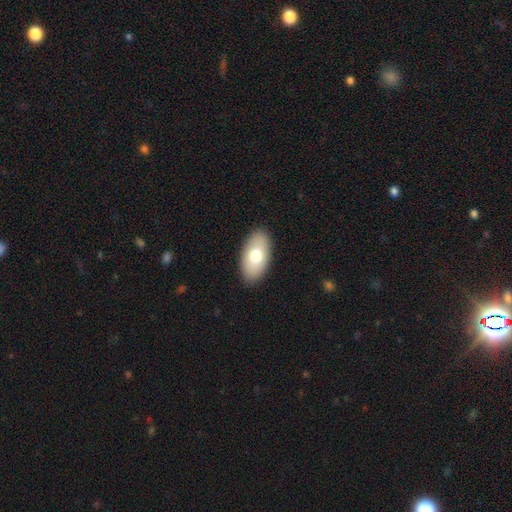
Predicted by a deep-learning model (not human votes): smooth-or-featured: smooth: 73% | featured or disk: 21% | star or artifact: 6%
  how-rounded: in between: 94% | round: 4% | cigar-shaped: 2%
  merging: none: 88% | minor disturbance: 9% | major disturbance: 2% | merger: 1%